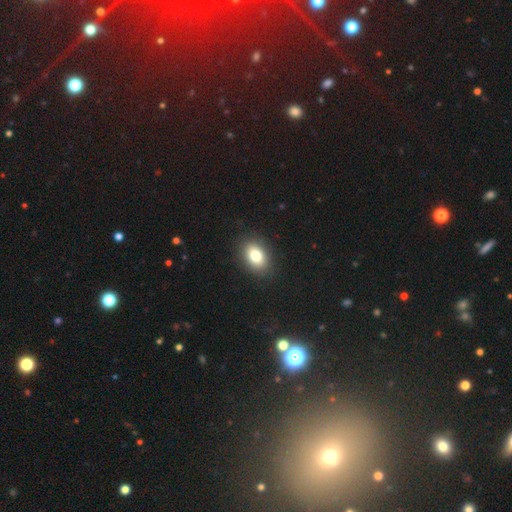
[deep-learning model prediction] smooth_or_featured: smooth (p=0.80) [alt: featured or disk p=0.11]
how_rounded: in between (p=0.79) [alt: round p=0.20]
merging: none (p=0.89) [alt: minor disturbance p=0.08]